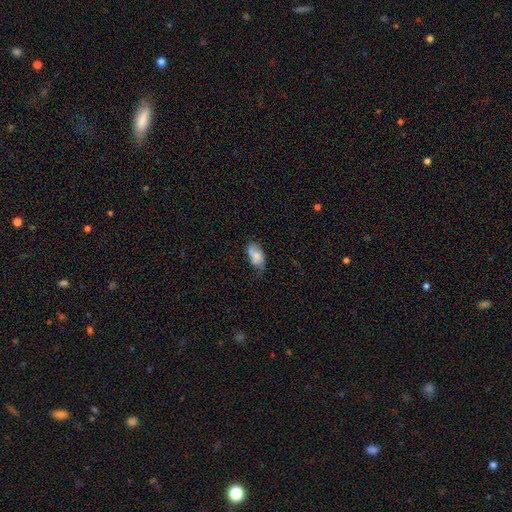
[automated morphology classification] Smooth or featured? smooth (64%)
How rounded? in between (91%)
Merging? none (38%)